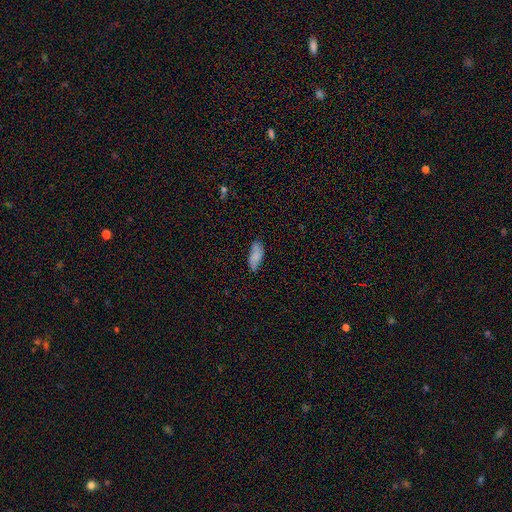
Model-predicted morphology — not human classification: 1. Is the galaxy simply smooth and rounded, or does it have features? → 77% smooth, 16% featured or disk, 8% star or artifact.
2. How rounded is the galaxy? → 81% in between, 17% cigar-shaped, 2% round.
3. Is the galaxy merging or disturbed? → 68% none, 24% minor disturbance, 6% major disturbance, 3% merger.